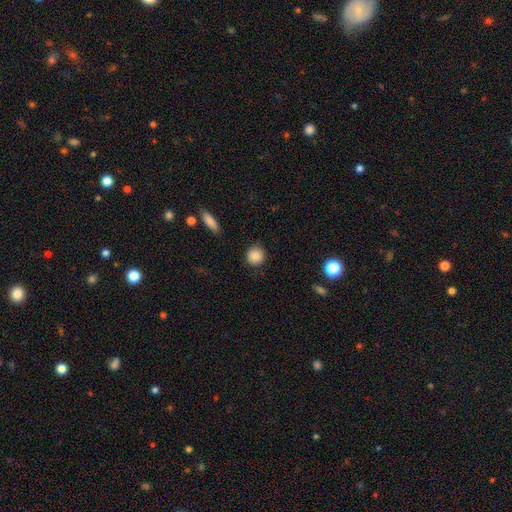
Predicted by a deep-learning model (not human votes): The model was most divided on "smooth or featured": smooth: 87%, star or artifact: 9%, featured or disk: 5%. More confident: how rounded — round (91%); merging — none (88%).